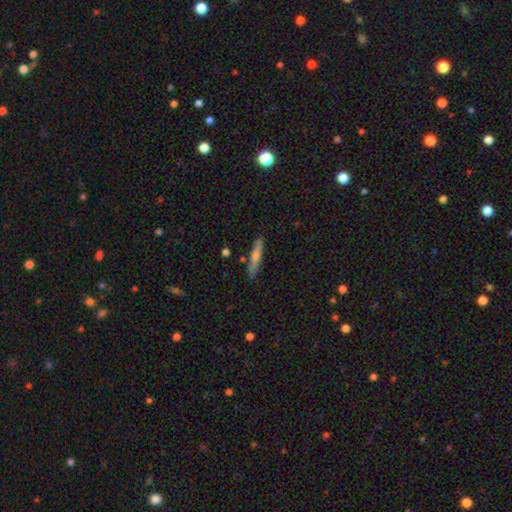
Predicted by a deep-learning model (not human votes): smooth 54%, featured or disk 39%, star or artifact 7%. Down the decision tree: how rounded — cigar-shaped (91%); merging — none (85%).